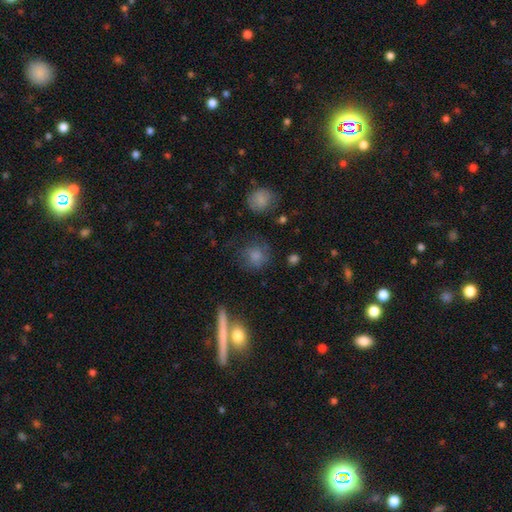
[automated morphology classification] smooth-or-featured: smooth: 77% | star or artifact: 13% | featured or disk: 10%
  how-rounded: round: 86% | in between: 13% | cigar-shaped: 1%
  merging: none: 67% | minor disturbance: 18% | major disturbance: 11% | merger: 4%